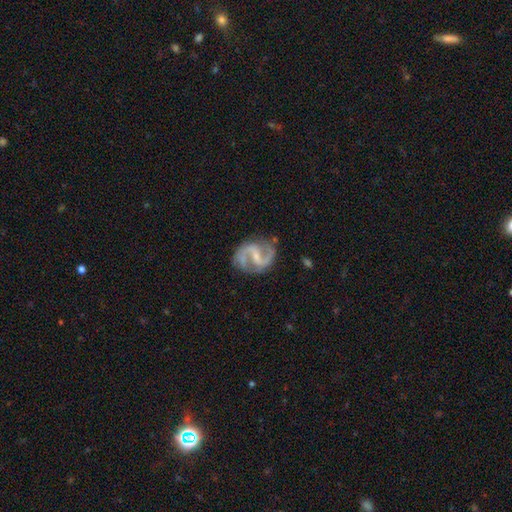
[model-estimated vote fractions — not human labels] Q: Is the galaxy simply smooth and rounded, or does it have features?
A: featured or disk — 91%.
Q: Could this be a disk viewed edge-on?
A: no — 98%.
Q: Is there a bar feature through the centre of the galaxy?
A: weak — 47%.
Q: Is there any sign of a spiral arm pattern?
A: yes — 98%.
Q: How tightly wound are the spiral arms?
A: medium — 58%.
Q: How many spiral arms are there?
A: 2 — 94%.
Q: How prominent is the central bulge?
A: small — 61%.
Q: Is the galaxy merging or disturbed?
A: none — 78%.